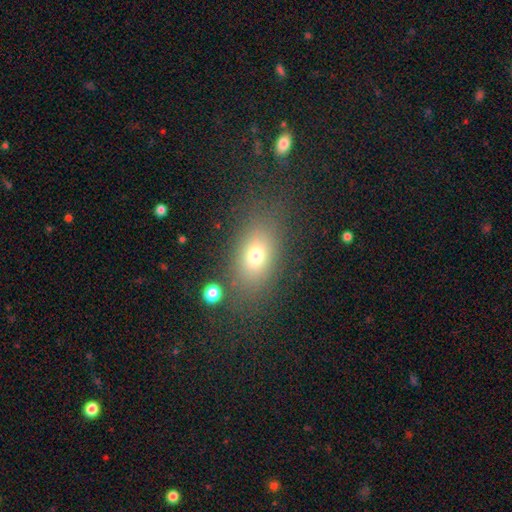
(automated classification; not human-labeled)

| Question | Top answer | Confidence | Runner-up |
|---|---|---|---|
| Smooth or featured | smooth | 71% | featured or disk (15%) |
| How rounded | in between | 78% | round (17%) |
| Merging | none | 76% | minor disturbance (13%) |